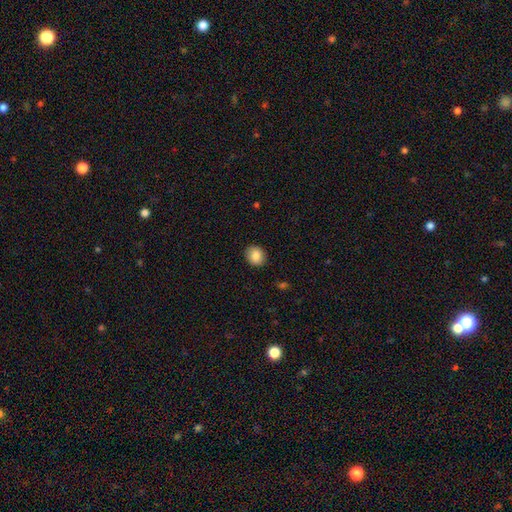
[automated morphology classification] Q: Smooth or featured?
A: smooth (87%); runner-up: star or artifact (8%)
Q: How rounded?
A: round (68%); runner-up: in between (31%)
Q: Merging?
A: none (89%); runner-up: minor disturbance (8%)